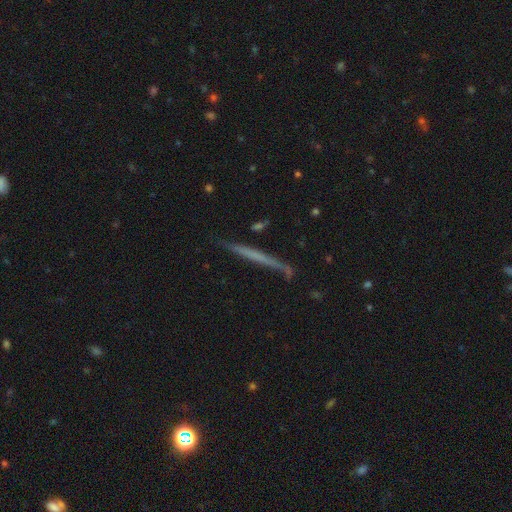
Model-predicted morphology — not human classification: smooth_or_featured: featured or disk (p=0.50) [alt: smooth p=0.44]
disk_edge_on: yes (p=0.96) [alt: no p=0.04]
merging: none (p=0.82) [alt: minor disturbance p=0.13]